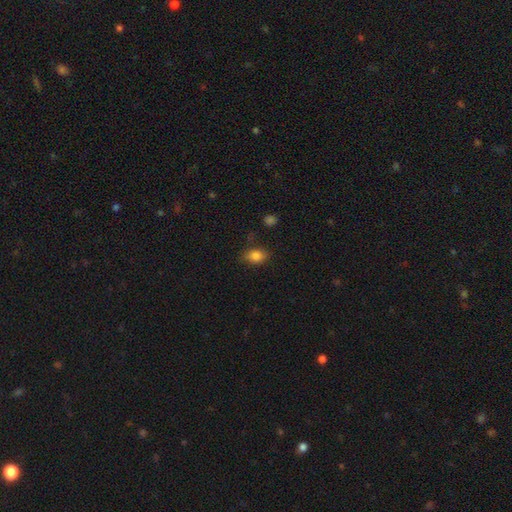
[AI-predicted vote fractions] Smooth or featured?
  - smooth: 83% *
  - star or artifact: 11%
  - featured or disk: 6%
How rounded?
  - in between: 72% *
  - round: 26%
  - cigar-shaped: 2%
Merging?
  - none: 74% *
  - minor disturbance: 19%
  - major disturbance: 5%
  - merger: 2%